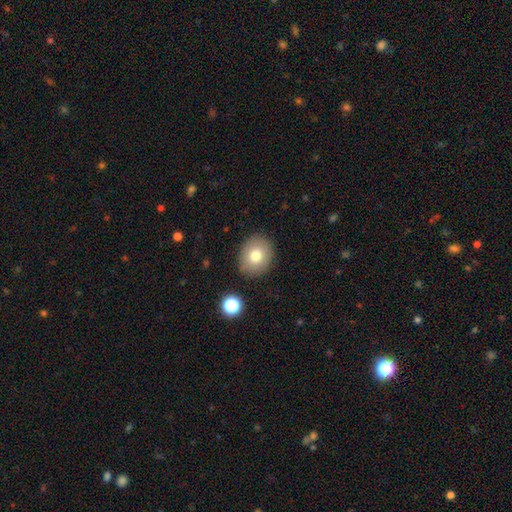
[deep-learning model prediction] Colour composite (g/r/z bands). It shows a smooth galaxy with no disk features (76%) that is round (68%). Merging: none (86%).